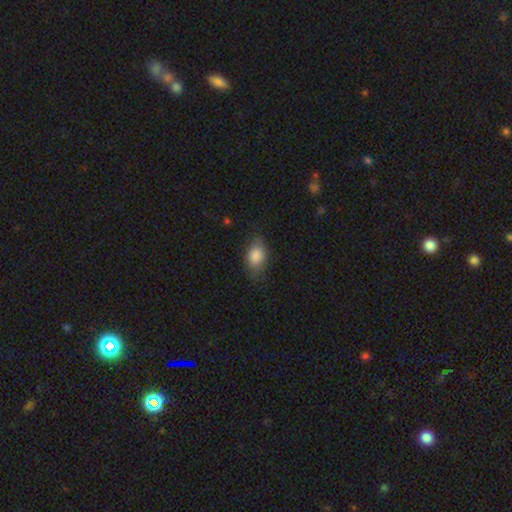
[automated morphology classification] smooth 86%, star or artifact 7%, featured or disk 7%. Down the decision tree: how rounded — in between (79%); merging — none (68%).